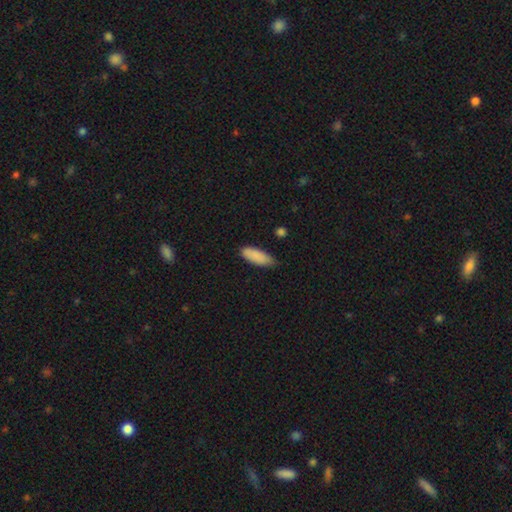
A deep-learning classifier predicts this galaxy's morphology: A smooth galaxy with no disk features (88%) that is in between round and cigar-shaped (70%).

Vote fractions:
- Smooth or featured? smooth: 88% / star or artifact: 6% / featured or disk: 5%
- How rounded? in between: 70% / cigar-shaped: 29% / round: 2%
- Merging? none: 67% / minor disturbance: 28% / major disturbance: 4% / merger: 2%